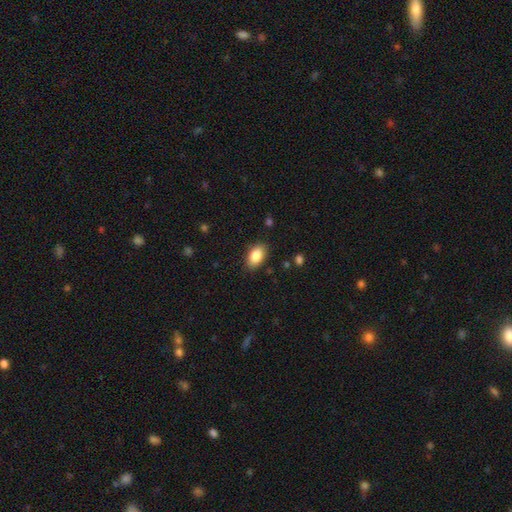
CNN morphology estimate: smooth 87%, star or artifact 7%, featured or disk 6%. Down the decision tree: how rounded — in between (92%); merging — none (86%).